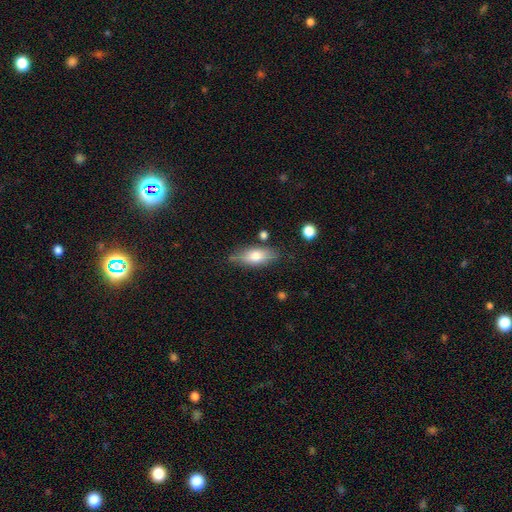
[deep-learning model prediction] Smooth or featured: smooth — 70% (featured or disk — 23%)
How rounded: in between — 77% (cigar-shaped — 20%)
Merging: none — 73% (minor disturbance — 18%)